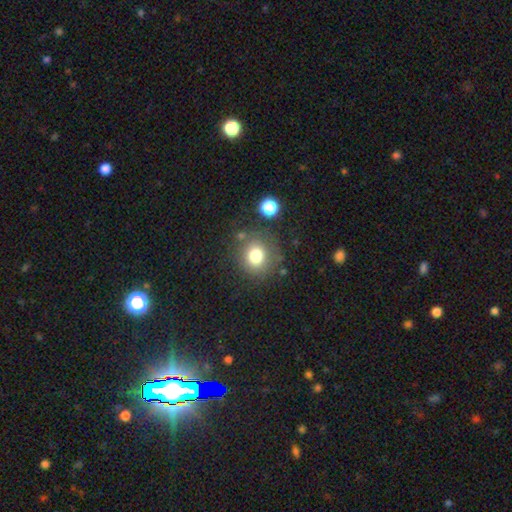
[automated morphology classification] smooth_or_featured: smooth (p=0.76) [alt: star or artifact p=0.13]
how_rounded: round (p=0.88) [alt: in between p=0.11]
merging: none (p=0.77) [alt: minor disturbance p=0.11]